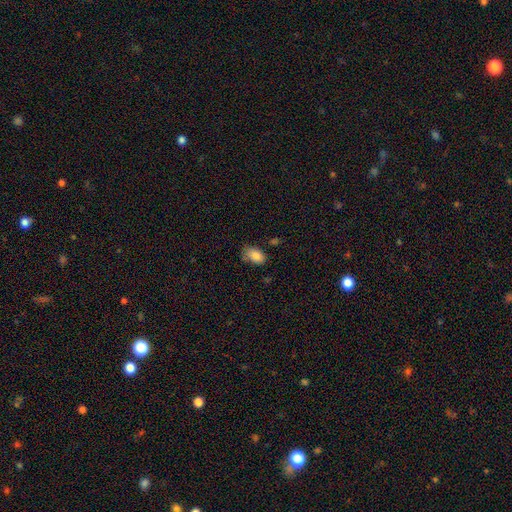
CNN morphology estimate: This appears to be a smooth galaxy with no disk features (85%) that is in between round and cigar-shaped (89%). Merging: none (65%).